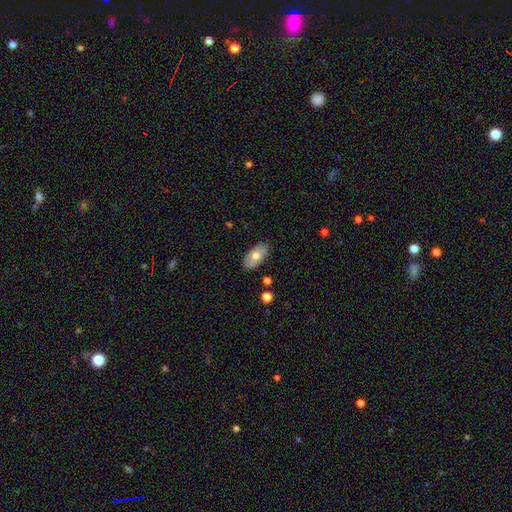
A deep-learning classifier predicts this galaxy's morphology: The model was most divided on "smooth or featured": smooth: 68%, featured or disk: 25%, star or artifact: 6%. More confident: how rounded — in between (94%); merging — none (86%).